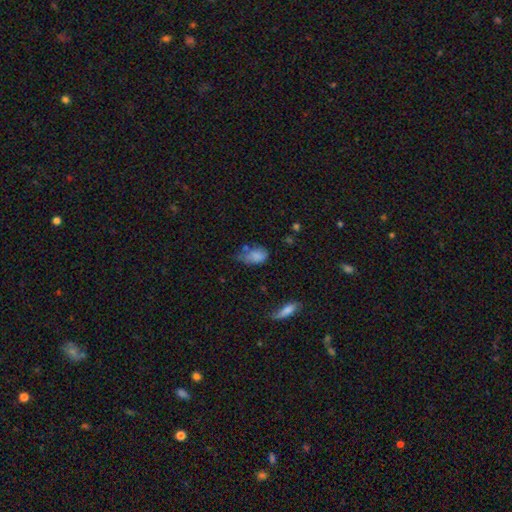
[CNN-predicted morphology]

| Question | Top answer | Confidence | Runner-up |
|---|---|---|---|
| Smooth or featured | smooth | 77% | featured or disk (12%) |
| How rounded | in between | 86% | round (11%) |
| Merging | minor disturbance | 38% | none (33%) |